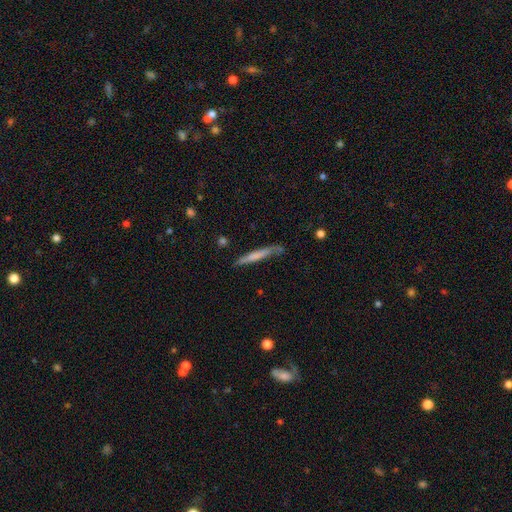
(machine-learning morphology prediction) smooth-or-featured: smooth: 60% | featured or disk: 34% | star or artifact: 6%
  how-rounded: cigar-shaped: 95% | in between: 4% | round: 1%
  merging: none: 66% | minor disturbance: 24% | major disturbance: 7% | merger: 3%